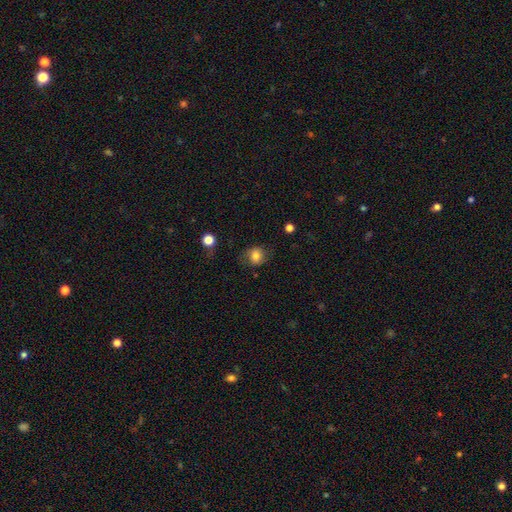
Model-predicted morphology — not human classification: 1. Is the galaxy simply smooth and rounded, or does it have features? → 78% smooth, 12% featured or disk, 10% star or artifact.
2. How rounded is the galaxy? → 76% round, 23% in between, 1% cigar-shaped.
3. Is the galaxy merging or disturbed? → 71% none, 18% minor disturbance, 9% major disturbance, 2% merger.